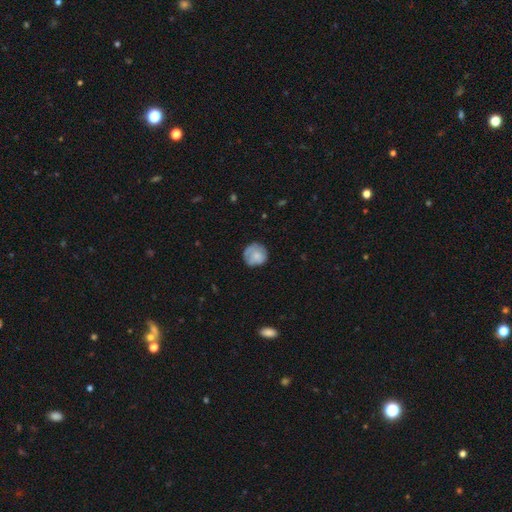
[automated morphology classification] Smooth or featured: smooth — 68% (featured or disk — 25%)
How rounded: round — 87% (in between — 12%)
Merging: none — 67% (minor disturbance — 24%)